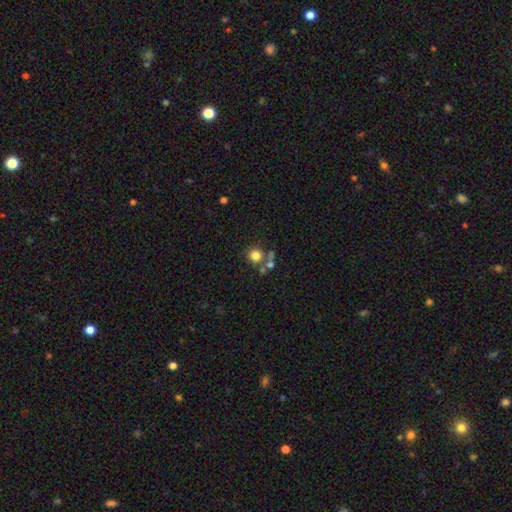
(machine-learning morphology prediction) A smooth galaxy with no disk features (79%) that is round (90%).

Vote fractions:
- Smooth or featured? smooth: 79% / star or artifact: 12% / featured or disk: 9%
- How rounded? round: 90% / in between: 9% / cigar-shaped: 1%
- Merging? none: 63% / merger: 23% / minor disturbance: 9% / major disturbance: 5%